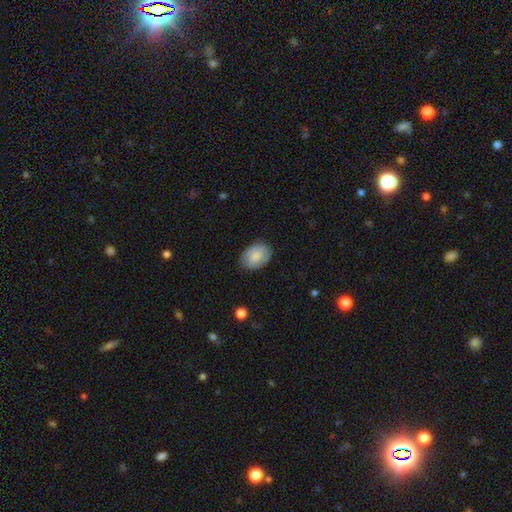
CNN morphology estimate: Q: Smooth or featured?
A: smooth (81%); runner-up: featured or disk (12%)
Q: How rounded?
A: in between (81%); runner-up: round (18%)
Q: Merging?
A: none (80%); runner-up: minor disturbance (16%)